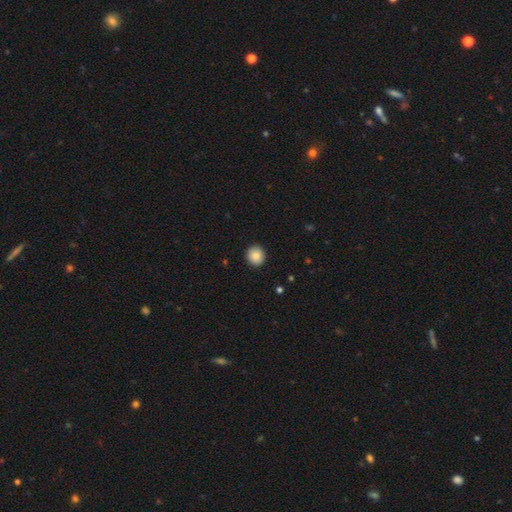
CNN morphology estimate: The model was most divided on "smooth or featured": smooth: 86%, star or artifact: 8%, featured or disk: 5%. More confident: merging — none (92%); how rounded — round (92%).